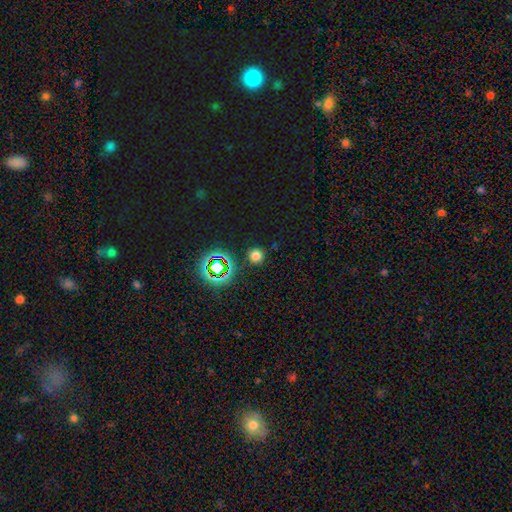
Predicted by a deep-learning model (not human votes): Overall: smooth (69%). How rounded: round (95%). Merging: none (89%).